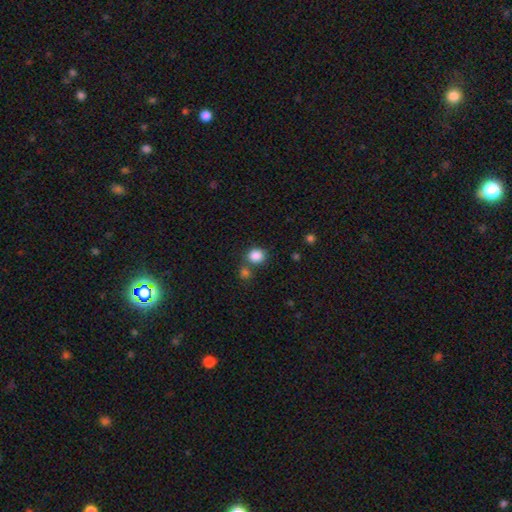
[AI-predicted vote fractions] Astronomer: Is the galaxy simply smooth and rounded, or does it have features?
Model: smooth — 86%.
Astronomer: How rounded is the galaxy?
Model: round — 78%.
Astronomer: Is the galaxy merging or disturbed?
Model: none — 67%.